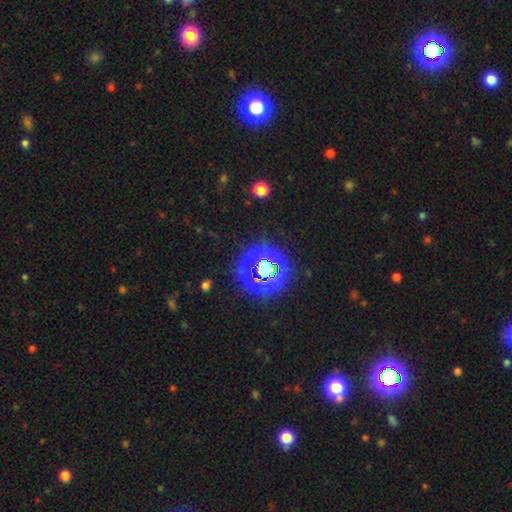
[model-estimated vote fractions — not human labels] Smooth or featured? star or artifact (77%)